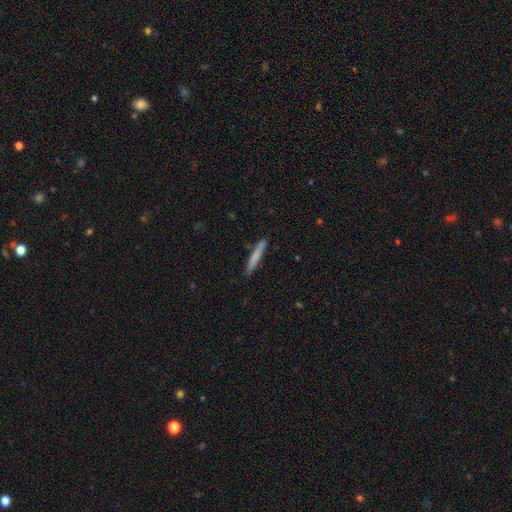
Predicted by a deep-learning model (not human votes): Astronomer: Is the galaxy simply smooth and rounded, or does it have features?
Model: smooth — 75%.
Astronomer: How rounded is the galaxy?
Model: cigar-shaped — 96%.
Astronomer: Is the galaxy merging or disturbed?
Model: none — 89%.